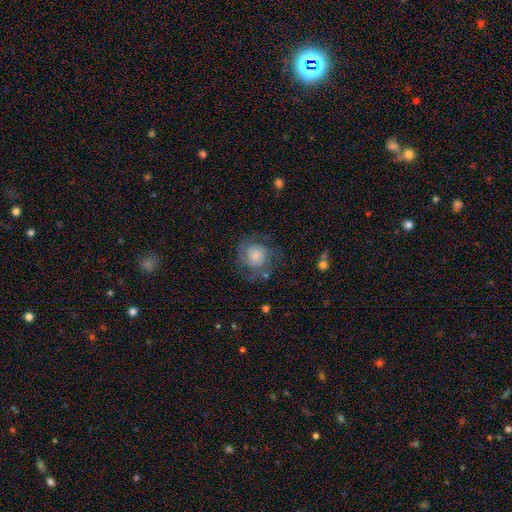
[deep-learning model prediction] smooth_or_featured: featured or disk (p=0.54) [alt: smooth p=0.37]
disk_edge_on: no (p=0.98) [alt: yes p=0.02]
bar: no (p=0.71) [alt: weak p=0.25]
has_spiral_arms: yes (p=0.83) [alt: no p=0.17]
bulge_size: moderate (p=0.27) [alt: small p=0.26]
merging: none (p=0.61) [alt: minor disturbance p=0.20]